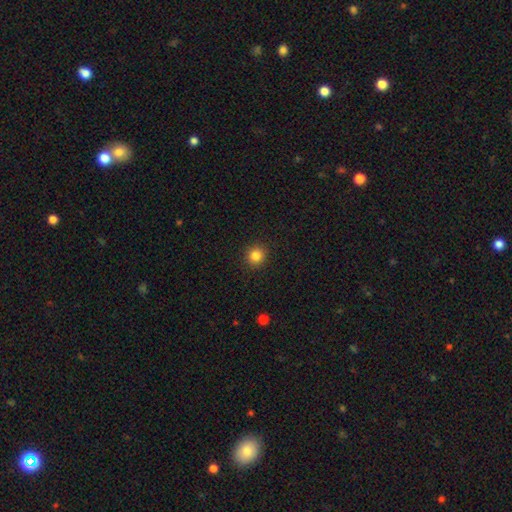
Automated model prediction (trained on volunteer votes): Overall: smooth (84%). How rounded: round (92%). Merging: none (92%).